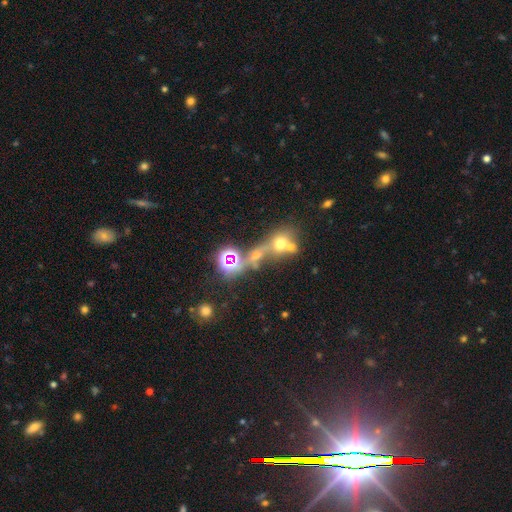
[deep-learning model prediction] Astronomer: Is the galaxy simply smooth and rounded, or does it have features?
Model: smooth — 39% (runner-up: star or artifact, 37%).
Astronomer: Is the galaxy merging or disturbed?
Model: merger — 53% (runner-up: none, 28%).